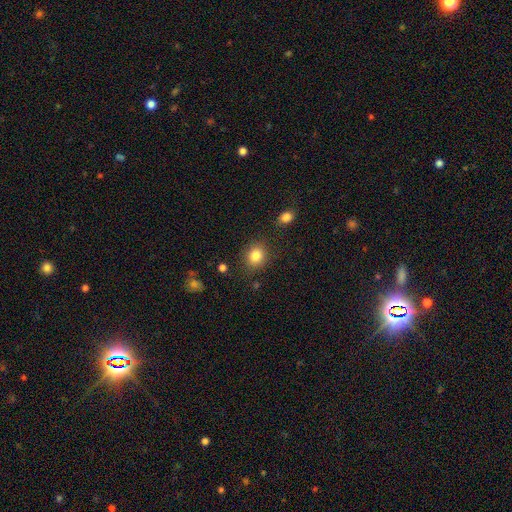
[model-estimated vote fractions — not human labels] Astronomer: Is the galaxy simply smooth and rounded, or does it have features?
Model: smooth — 84%.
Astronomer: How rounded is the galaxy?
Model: round — 72%.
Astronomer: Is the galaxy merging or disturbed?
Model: none — 84%.